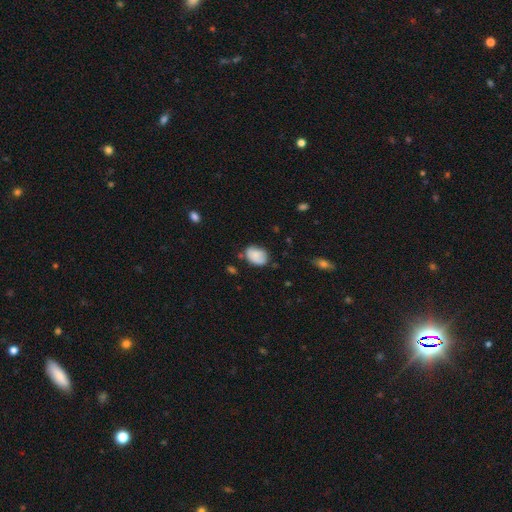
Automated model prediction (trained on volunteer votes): The model was most divided on "merging": none: 57%, minor disturbance: 31%, major disturbance: 8%, merger: 4%. More confident: smooth or featured — smooth (78%); how rounded — in between (72%).